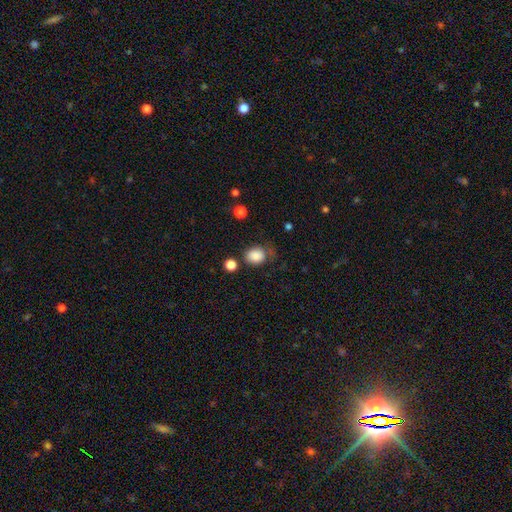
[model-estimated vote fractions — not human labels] smooth 86%, star or artifact 9%, featured or disk 5%. Down the decision tree: how rounded — round (56%); merging — none (60%).